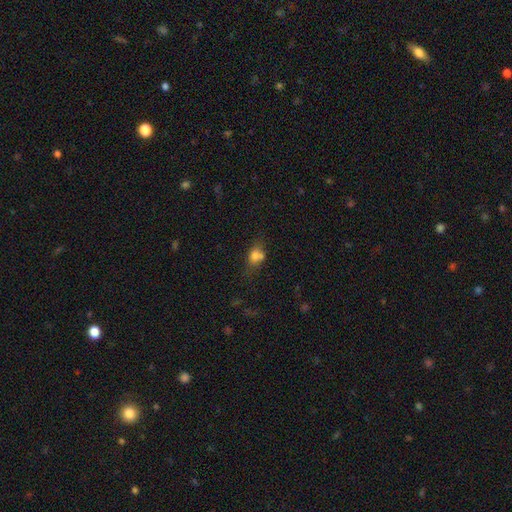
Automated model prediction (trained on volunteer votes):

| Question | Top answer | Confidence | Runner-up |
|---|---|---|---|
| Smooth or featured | smooth | 73% | featured or disk (15%) |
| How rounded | in between | 60% | round (36%) |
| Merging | none | 41% | merger (32%) |